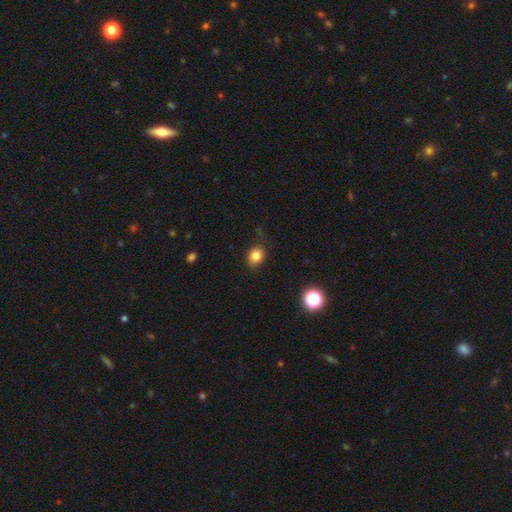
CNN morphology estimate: A smooth galaxy with no disk features (83%) that is round (55%).

Vote fractions:
- Smooth or featured? smooth: 83% / star or artifact: 12% / featured or disk: 5%
- How rounded? round: 55% / in between: 44% / cigar-shaped: 1%
- Merging? none: 81% / minor disturbance: 14% / major disturbance: 3% / merger: 2%